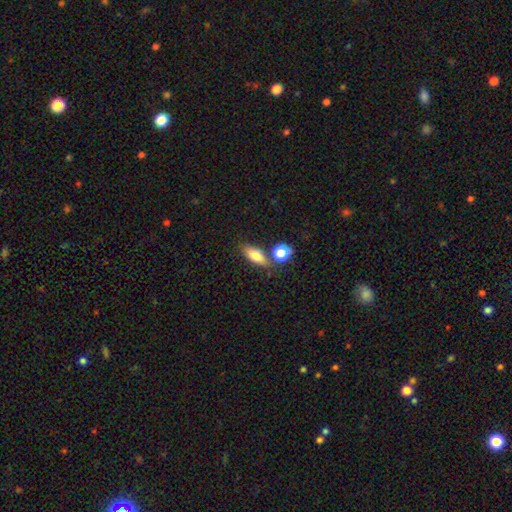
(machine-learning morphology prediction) This is likely a smooth galaxy (70%). How rounded: likely in between (69%). Merging: likely none (69%).